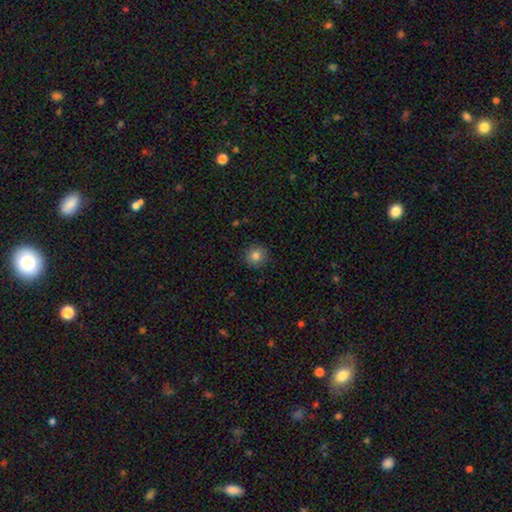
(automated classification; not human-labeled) Smooth or featured?
  - smooth: 82% *
  - star or artifact: 11%
  - featured or disk: 7%
How rounded?
  - round: 93% *
  - in between: 6%
  - cigar-shaped: 1%
Merging?
  - none: 90% *
  - minor disturbance: 7%
  - major disturbance: 2%
  - merger: 1%